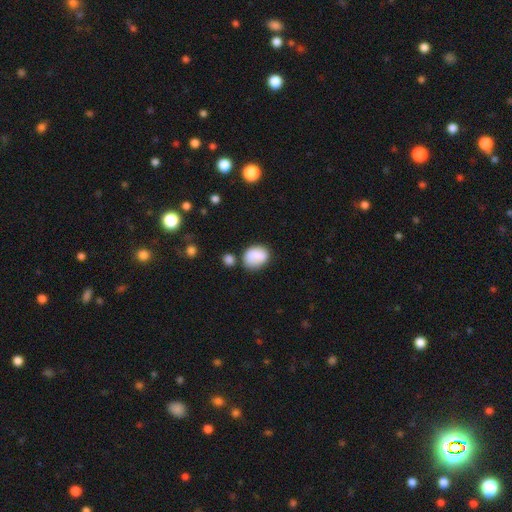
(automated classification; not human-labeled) A smooth galaxy with no disk features (84%) that is in between round and cigar-shaped (60%). Merging: none (59%).